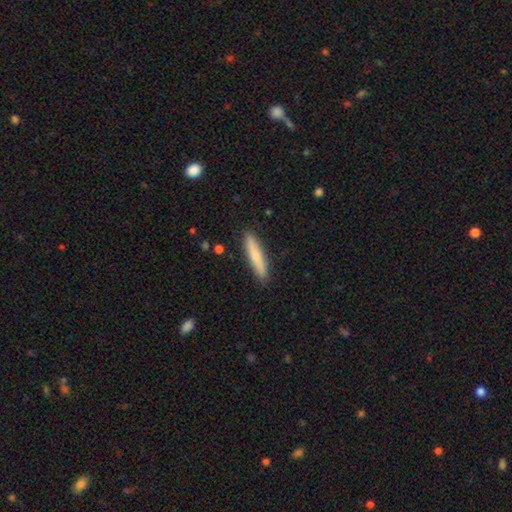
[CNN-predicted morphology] This appears to be a smooth galaxy with no disk features (73%) that is cigar-shaped (88%). Merging: none (90%).